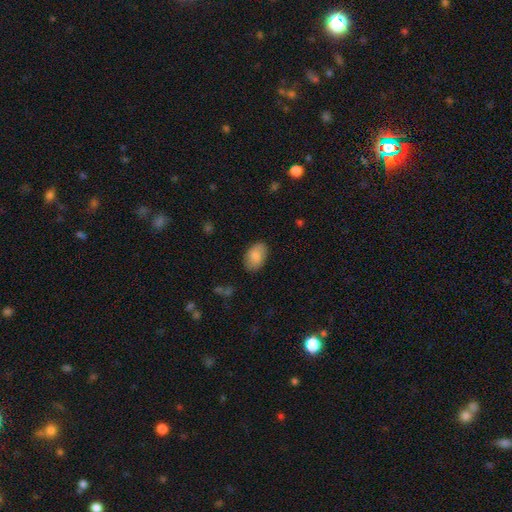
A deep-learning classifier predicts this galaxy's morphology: smooth_or_featured: smooth (p=0.85) [alt: featured or disk p=0.09]
how_rounded: in between (p=0.90) [alt: round p=0.09]
merging: none (p=0.84) [alt: minor disturbance p=0.12]